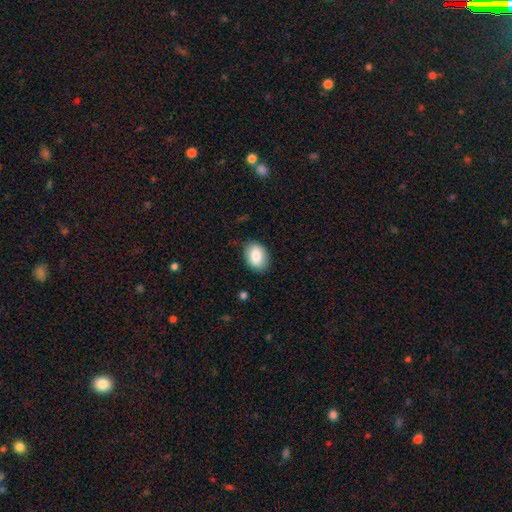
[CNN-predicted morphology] Overall: smooth (84%). How rounded: in between (80%). Merging: none (84%).